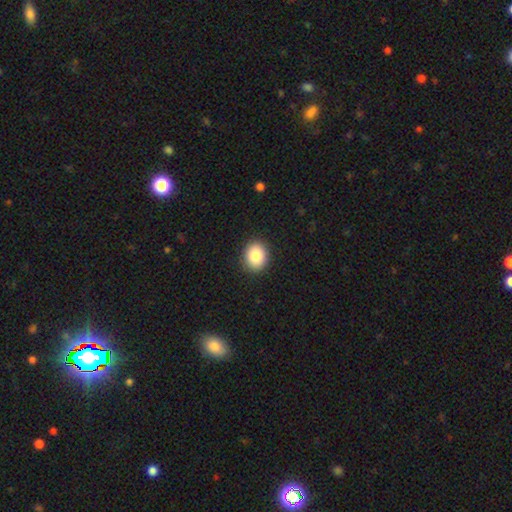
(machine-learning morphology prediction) A smooth galaxy with no disk features (84%) that is round (61%).

Vote fractions:
- Smooth or featured? smooth: 84% / star or artifact: 9% / featured or disk: 7%
- How rounded? round: 61% / in between: 38% / cigar-shaped: 1%
- Merging? none: 90% / minor disturbance: 7% / major disturbance: 2% / merger: 1%